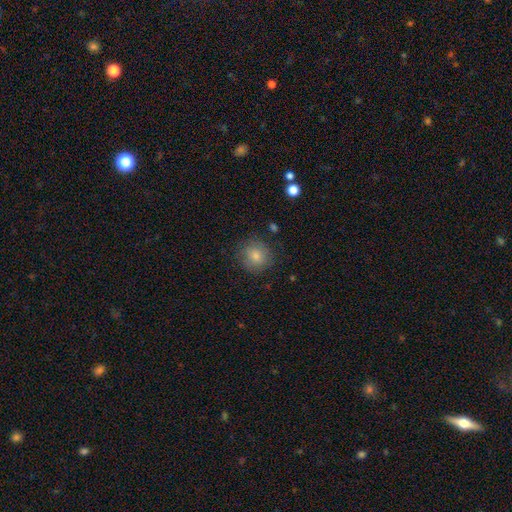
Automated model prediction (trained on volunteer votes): Smooth or featured?
  - smooth: 78% *
  - star or artifact: 12%
  - featured or disk: 10%
How rounded?
  - round: 89% *
  - in between: 10%
  - cigar-shaped: 1%
Merging?
  - none: 85% *
  - minor disturbance: 11%
  - major disturbance: 3%
  - merger: 1%